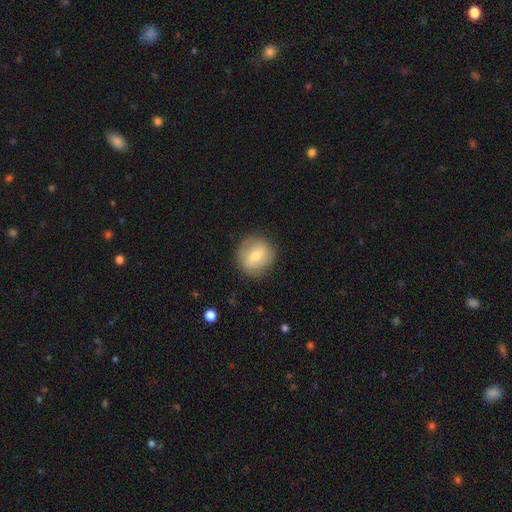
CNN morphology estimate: smooth_or_featured: smooth (p=0.64) [alt: featured or disk p=0.28]
how_rounded: round (p=0.89) [alt: in between p=0.10]
merging: none (p=0.85) [alt: minor disturbance p=0.10]